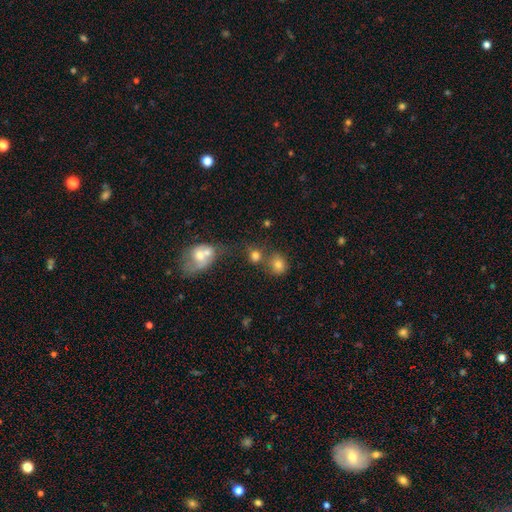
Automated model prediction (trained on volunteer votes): Overall: smooth (76%). How rounded: round (76%). Merging: none (49%; merger 35%).